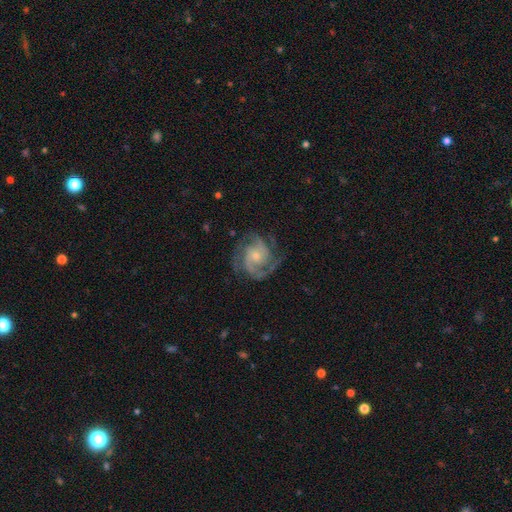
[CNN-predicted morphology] Smooth or featured? featured or disk (90%)
Edge-on disk? no (98%)
Bar? no (67%)
Spiral arms? yes (98%)
Spiral winding? tight (46%, tied with medium)
Spiral arm count? 3 (41%)
Bulge size? small (61%)
Merging? none (75%)